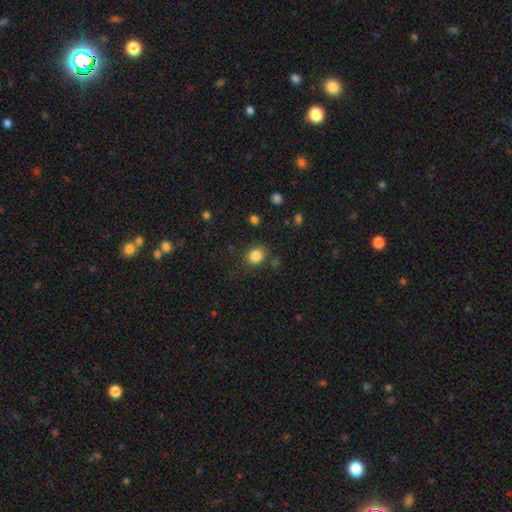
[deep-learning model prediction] Smooth or featured? Predicted: smooth (p=0.84). How rounded? Predicted: round (p=0.77). Merging? Predicted: none (p=0.80).